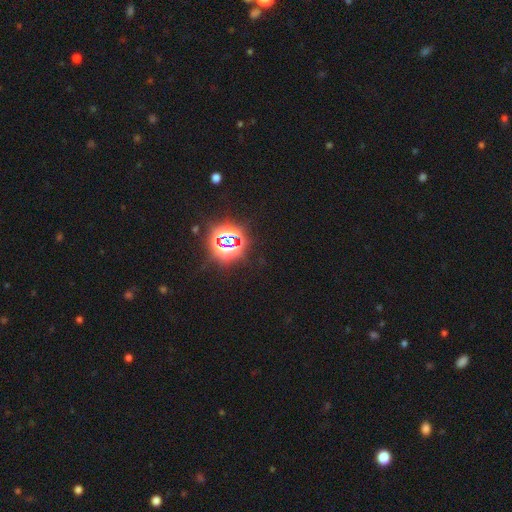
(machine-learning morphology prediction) Q: Smooth or featured?
A: star or artifact (81%); runner-up: smooth (14%)